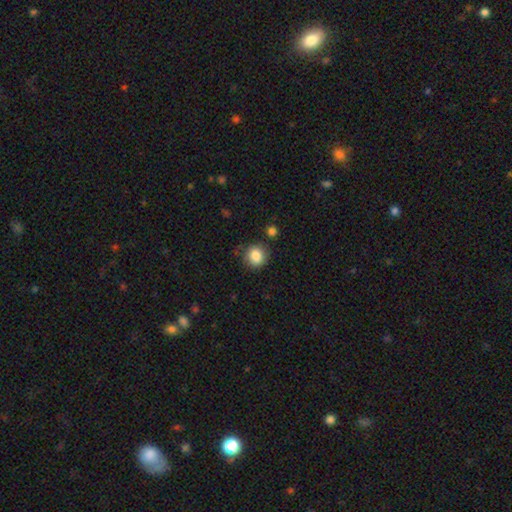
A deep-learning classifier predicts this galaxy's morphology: A smooth galaxy with no disk features (85%) that is round (81%).

Vote fractions:
- Smooth or featured? smooth: 85% / star or artifact: 9% / featured or disk: 5%
- How rounded? round: 81% / in between: 18% / cigar-shaped: 1%
- Merging? none: 80% / minor disturbance: 13% / merger: 4% / major disturbance: 4%